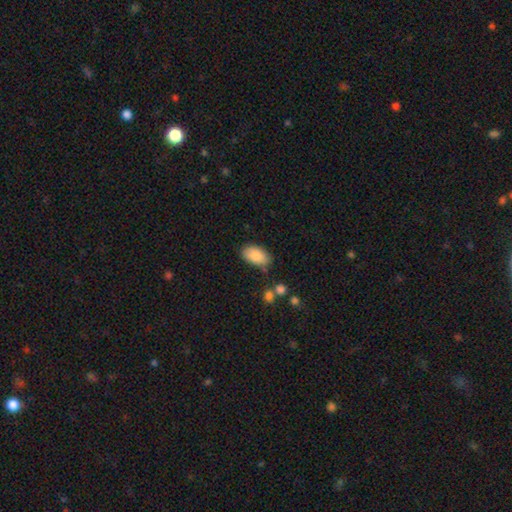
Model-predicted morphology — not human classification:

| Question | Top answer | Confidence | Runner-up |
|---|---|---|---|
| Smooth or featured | smooth | 87% | star or artifact (7%) |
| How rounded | in between | 94% | round (5%) |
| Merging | none | 76% | minor disturbance (17%) |